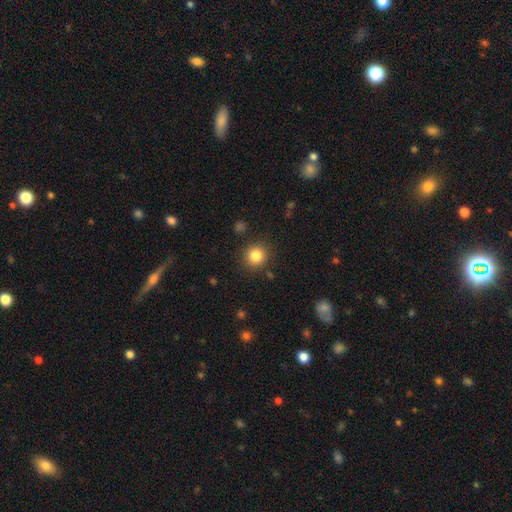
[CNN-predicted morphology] Q: Smooth or featured?
A: smooth (83%); runner-up: star or artifact (11%)
Q: How rounded?
A: round (90%); runner-up: in between (9%)
Q: Merging?
A: none (88%); runner-up: minor disturbance (7%)